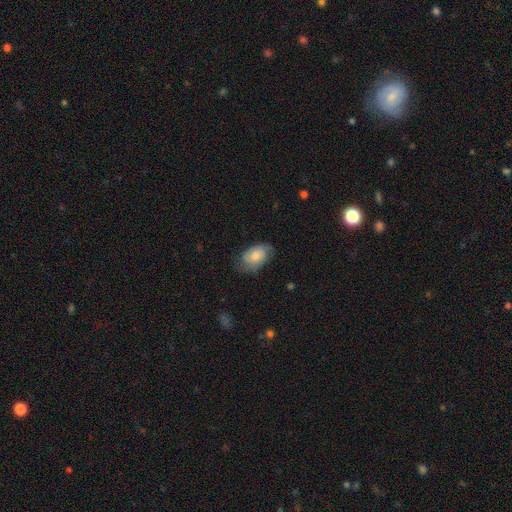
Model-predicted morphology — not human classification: smooth_or_featured: smooth (p=0.67) [alt: featured or disk p=0.26]
how_rounded: in between (p=0.90) [alt: round p=0.08]
merging: none (p=0.62) [alt: minor disturbance p=0.28]